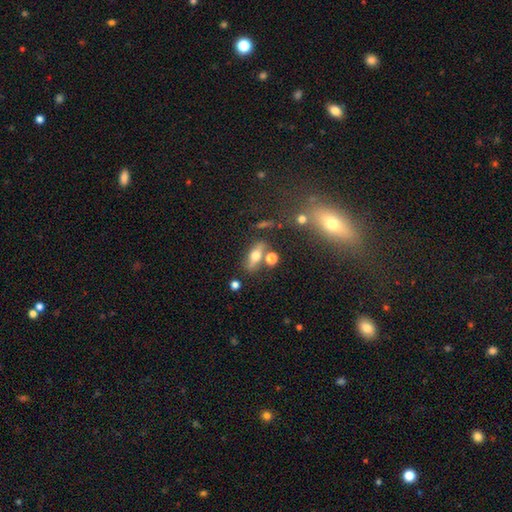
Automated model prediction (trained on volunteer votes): smooth_or_featured: smooth (p=0.61) [alt: featured or disk p=0.27]
how_rounded: in between (p=0.65) [alt: cigar-shaped p=0.26]
merging: none (p=0.69) [alt: merger p=0.14]